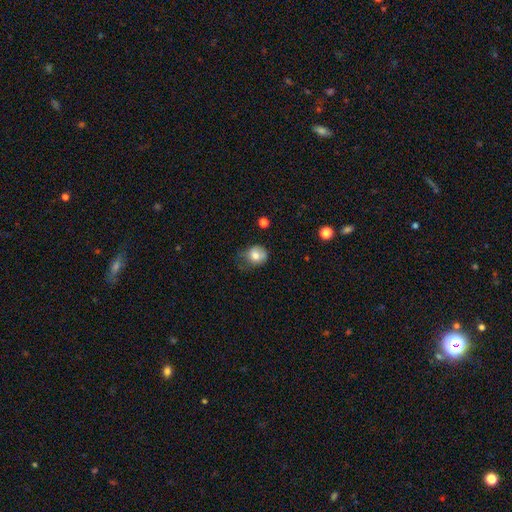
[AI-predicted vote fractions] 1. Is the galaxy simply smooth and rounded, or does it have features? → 76% smooth, 14% featured or disk, 9% star or artifact.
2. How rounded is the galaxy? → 60% round, 39% in between, 1% cigar-shaped.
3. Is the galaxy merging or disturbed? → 38% minor disturbance (tied), 38% none (tied), 22% major disturbance, 2% merger.